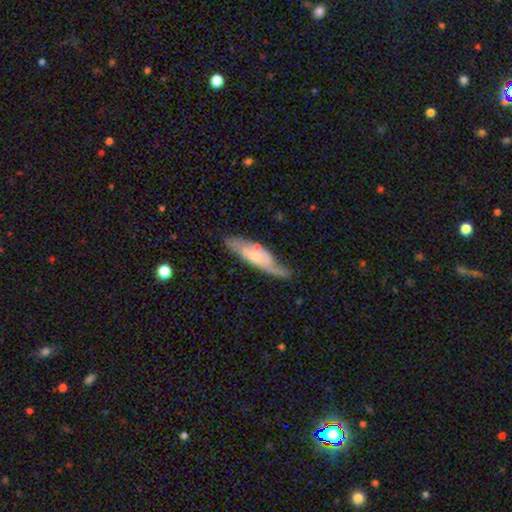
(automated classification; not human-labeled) Morphology: type=featured or disk (66%); edge-on=no (69%); merging=none (61%).